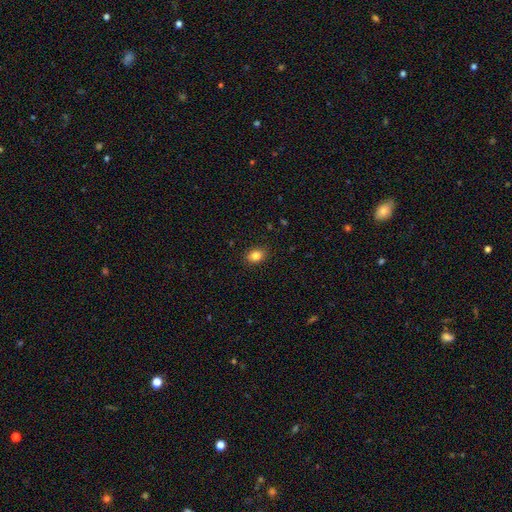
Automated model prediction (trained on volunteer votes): smooth_or_featured: smooth (p=0.84) [alt: star or artifact p=0.10]
how_rounded: in between (p=0.65) [alt: round p=0.34]
merging: none (p=0.89) [alt: minor disturbance p=0.08]